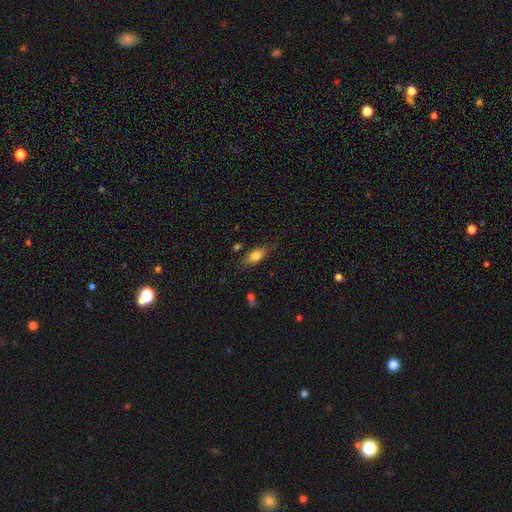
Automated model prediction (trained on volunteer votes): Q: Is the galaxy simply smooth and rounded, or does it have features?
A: smooth — 75%.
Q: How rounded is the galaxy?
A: in between — 82%.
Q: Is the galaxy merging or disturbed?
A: none — 75%.